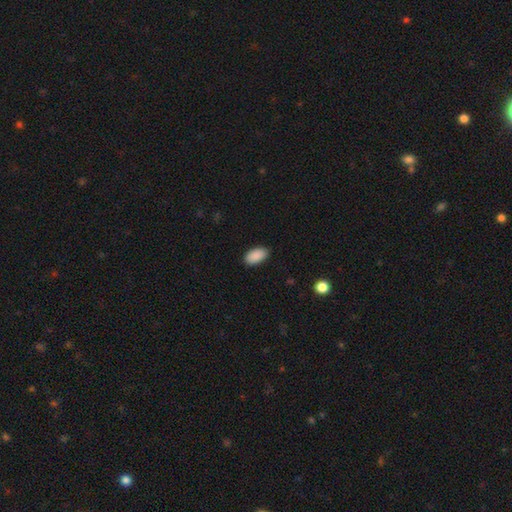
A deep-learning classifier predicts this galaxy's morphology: A smooth galaxy with no disk features (91%) that is in between round and cigar-shaped (95%).

Vote fractions:
- Smooth or featured? smooth: 91% / star or artifact: 7% / featured or disk: 3%
- How rounded? in between: 95% / round: 3% / cigar-shaped: 2%
- Merging? none: 87% / minor disturbance: 10% / major disturbance: 2% / merger: 1%